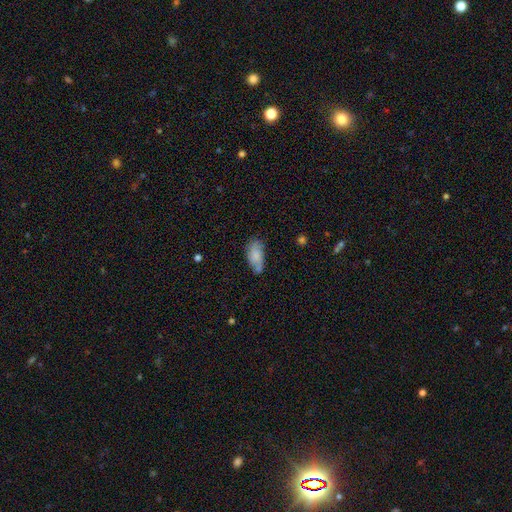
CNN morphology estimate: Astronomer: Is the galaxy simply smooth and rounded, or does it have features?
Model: smooth — 76%.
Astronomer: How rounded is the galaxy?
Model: in between — 91%.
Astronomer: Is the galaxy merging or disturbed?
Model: none — 54%.